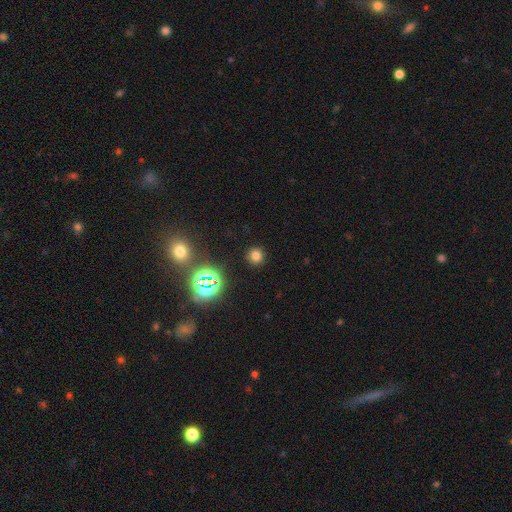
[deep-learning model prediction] smooth 71%, star or artifact 23%, featured or disk 6%. Down the decision tree: how rounded — round (91%); merging — none (90%).